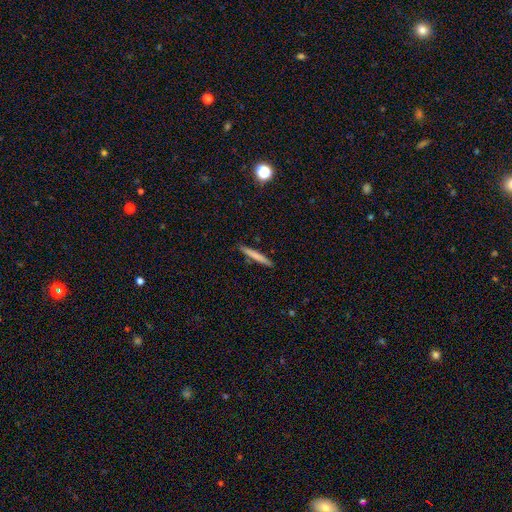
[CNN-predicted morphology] A smooth galaxy with no disk features (71%) that is cigar-shaped (96%). Merging: none (89%).